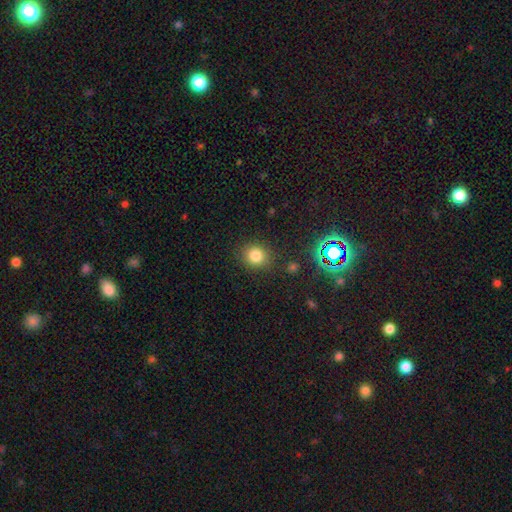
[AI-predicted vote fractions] Smooth or featured?
  - smooth: 80% *
  - star or artifact: 14%
  - featured or disk: 6%
How rounded?
  - round: 80% *
  - in between: 19%
  - cigar-shaped: 1%
Merging?
  - none: 84% *
  - minor disturbance: 10%
  - major disturbance: 3%
  - merger: 2%